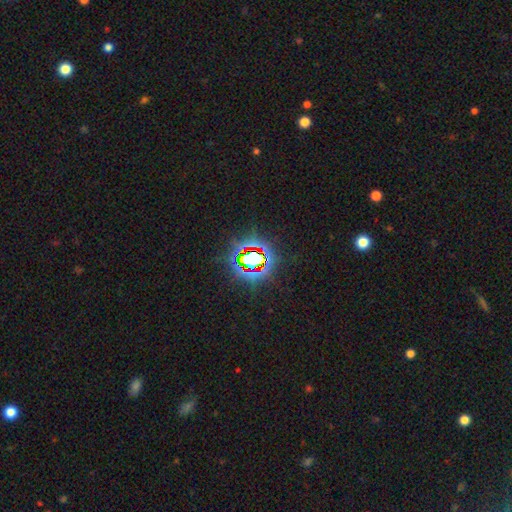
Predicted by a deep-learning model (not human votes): Smooth or featured? Predicted: star or artifact (p=0.74).